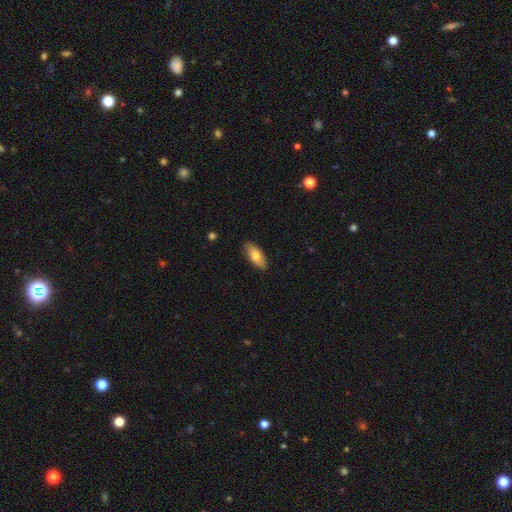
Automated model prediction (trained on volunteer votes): Overall: smooth (75%). How rounded: in between (85%). Merging: none (87%).